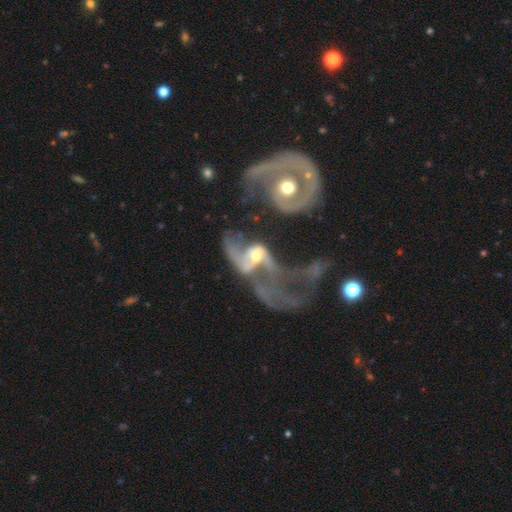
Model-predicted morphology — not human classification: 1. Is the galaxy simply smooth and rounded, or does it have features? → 82% featured or disk, 10% smooth, 8% star or artifact.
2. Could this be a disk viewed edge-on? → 96% no, 4% yes.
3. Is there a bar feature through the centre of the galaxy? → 50% no, 34% weak, 16% strong.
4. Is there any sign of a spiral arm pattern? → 81% yes, 19% no.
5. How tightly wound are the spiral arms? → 66% loose, 24% medium, 9% tight.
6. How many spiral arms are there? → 68% 2, 15% can't tell, 9% 1, 4% 3, 2% 4, 2% more than 4.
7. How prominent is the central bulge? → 61% moderate, 25% small, 8% large, 4% none, 2% dominant.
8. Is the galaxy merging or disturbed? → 62% merger, 24% major disturbance, 8% none, 6% minor disturbance.